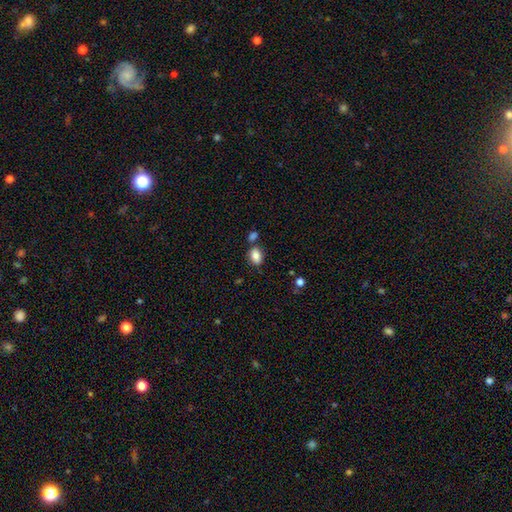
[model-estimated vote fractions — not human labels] Smooth or featured: smooth — 84% (star or artifact — 9%)
How rounded: in between — 81% (round — 18%)
Merging: none — 68% (merger — 15%)